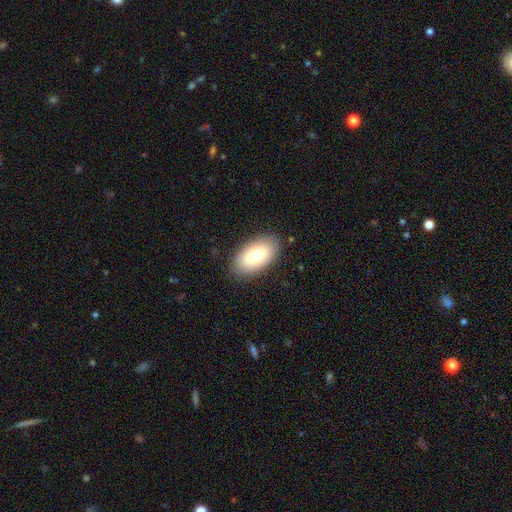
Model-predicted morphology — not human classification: This is likely a smooth galaxy (76%). How rounded: clearly in between (94%). Merging: clearly none (85%).